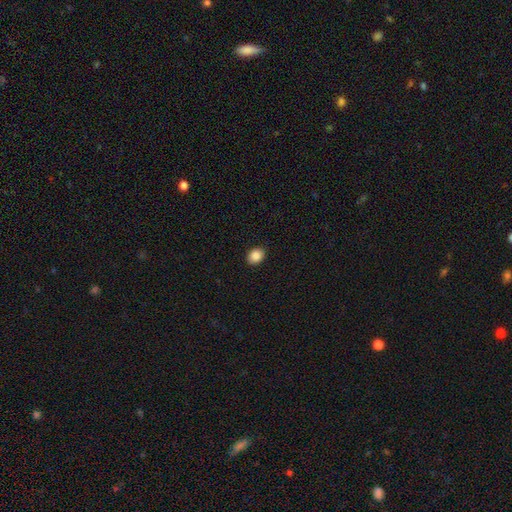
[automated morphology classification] A smooth galaxy with no disk features (87%) that is in between round and cigar-shaped (60%). Merging: none (89%).